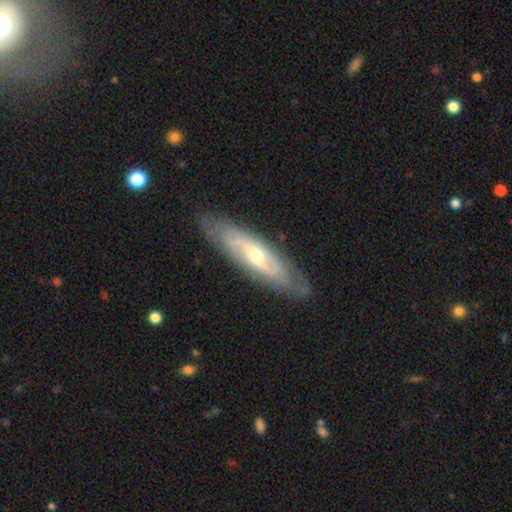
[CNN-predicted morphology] smooth_or_featured: featured or disk (p=0.74) [alt: smooth p=0.21]
disk_edge_on: no (p=0.67) [alt: yes p=0.33]
merging: none (p=0.83) [alt: minor disturbance p=0.12]